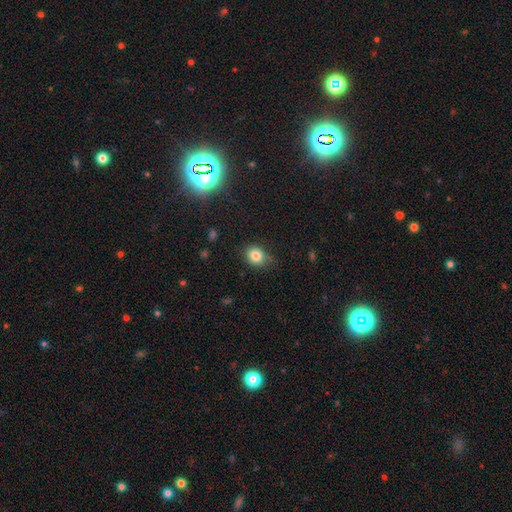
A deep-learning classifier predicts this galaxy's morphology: This appears to be a smooth galaxy with no disk features (81%) that is round (60%). Merging: none (74%).